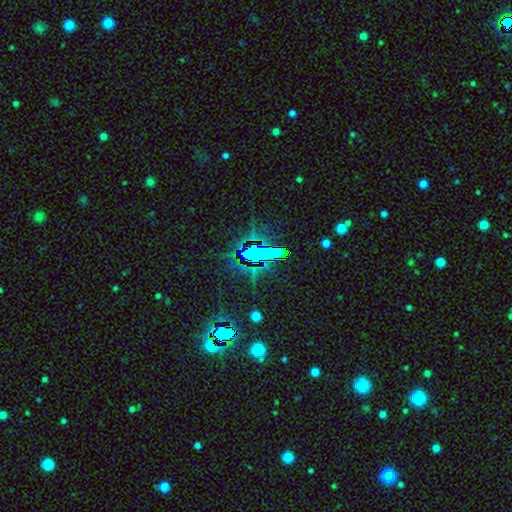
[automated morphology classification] Smooth or featured: star or artifact — 75% (smooth — 13%)